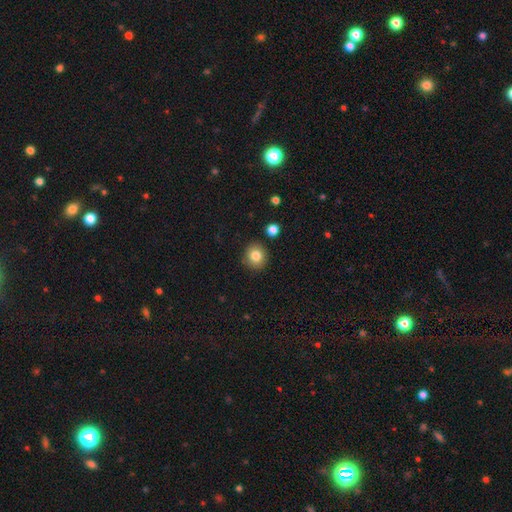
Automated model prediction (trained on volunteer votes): smooth 82%, star or artifact 10%, featured or disk 8%. Down the decision tree: how rounded — round (86%); merging — none (88%).